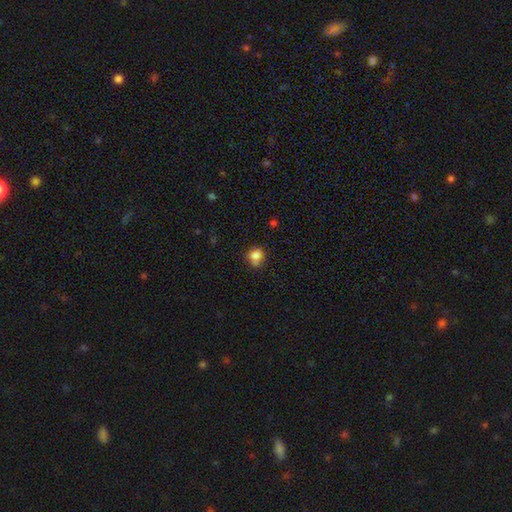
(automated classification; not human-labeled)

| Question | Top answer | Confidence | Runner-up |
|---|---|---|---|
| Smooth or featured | smooth | 78% | star or artifact (12%) |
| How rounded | round | 71% | in between (27%) |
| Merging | none | 59% | minor disturbance (24%) |